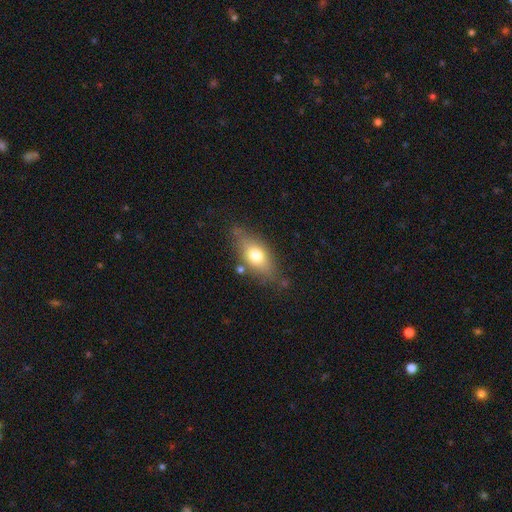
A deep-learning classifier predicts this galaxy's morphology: This is likely a smooth galaxy (68%). How rounded: likely in between (78%). Merging: likely none (73%).